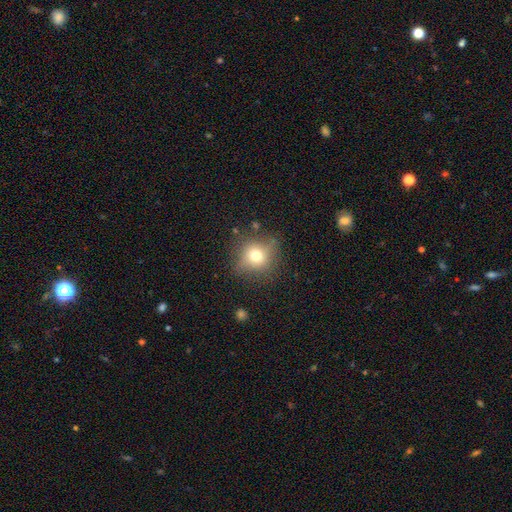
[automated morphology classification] Smooth or featured? smooth (69%)
How rounded? round (85%)
Merging? none (74%)